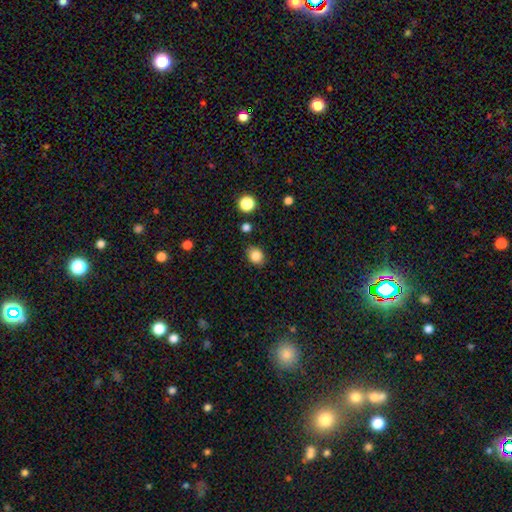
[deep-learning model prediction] A smooth galaxy with no disk features (85%) that is round (52%). Merging: none (83%).